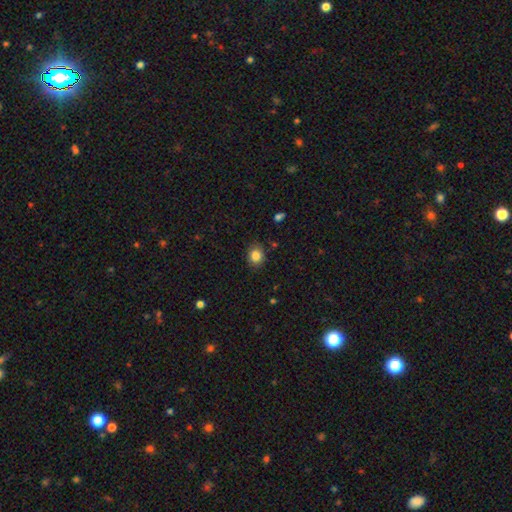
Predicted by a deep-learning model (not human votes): A smooth galaxy with no disk features (85%) that is round (64%). Merging: none (83%).